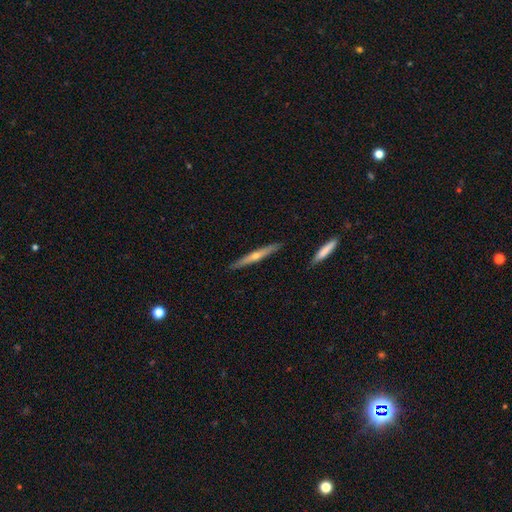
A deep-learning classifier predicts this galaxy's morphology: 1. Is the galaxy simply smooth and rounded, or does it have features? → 65% featured or disk, 29% smooth, 6% star or artifact.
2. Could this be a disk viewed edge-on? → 96% yes, 4% no.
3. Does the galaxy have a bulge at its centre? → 78% rounded, 20% none, 2% boxy.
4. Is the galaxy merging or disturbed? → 90% none, 7% minor disturbance, 1% merger, 1% major disturbance.